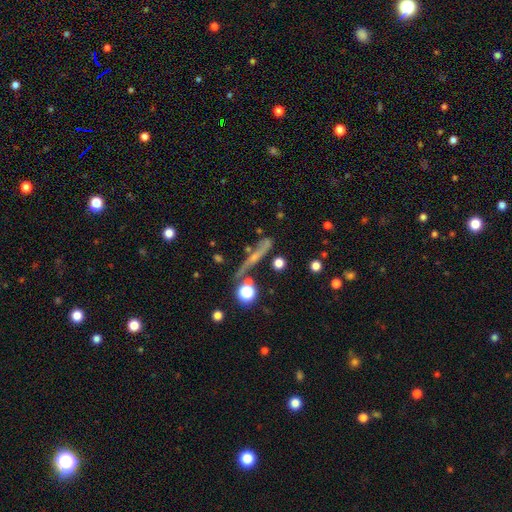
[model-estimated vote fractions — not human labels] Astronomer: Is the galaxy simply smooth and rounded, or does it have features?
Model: featured or disk — 51% (runner-up: smooth, 30%).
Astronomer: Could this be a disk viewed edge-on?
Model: yes — 82%.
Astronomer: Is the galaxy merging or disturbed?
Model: none — 63%.